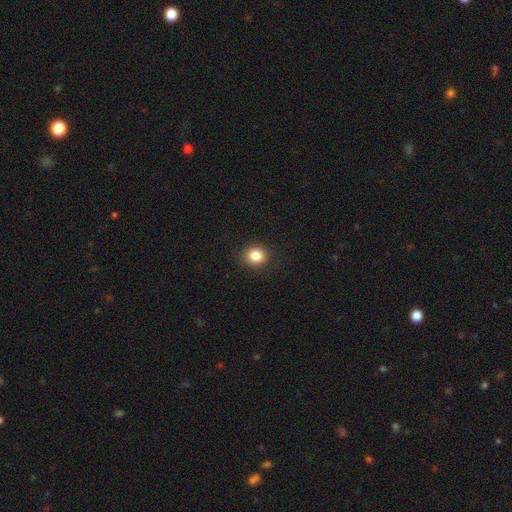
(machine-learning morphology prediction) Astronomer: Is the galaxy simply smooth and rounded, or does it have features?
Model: smooth — 84%.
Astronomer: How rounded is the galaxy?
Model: round — 84%.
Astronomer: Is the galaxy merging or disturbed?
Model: none — 90%.